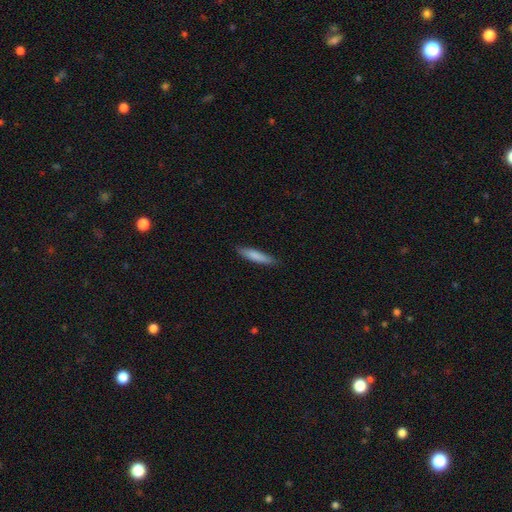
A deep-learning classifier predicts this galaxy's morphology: This appears to be a smooth galaxy with no disk features (83%) that is cigar-shaped (81%). Merging: none (86%).